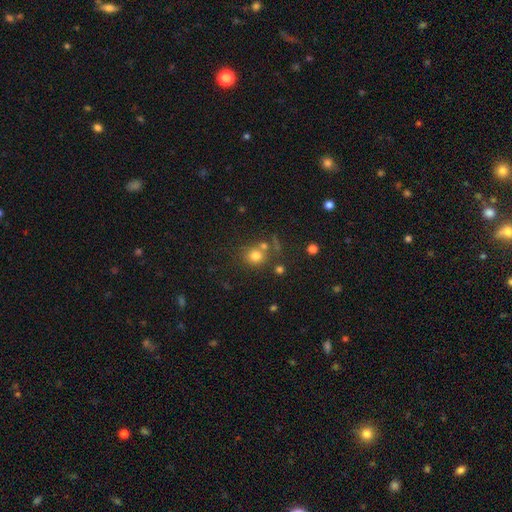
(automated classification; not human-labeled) smooth 76%, star or artifact 15%, featured or disk 9%. Down the decision tree: how rounded — round (86%); merging — none (63%).